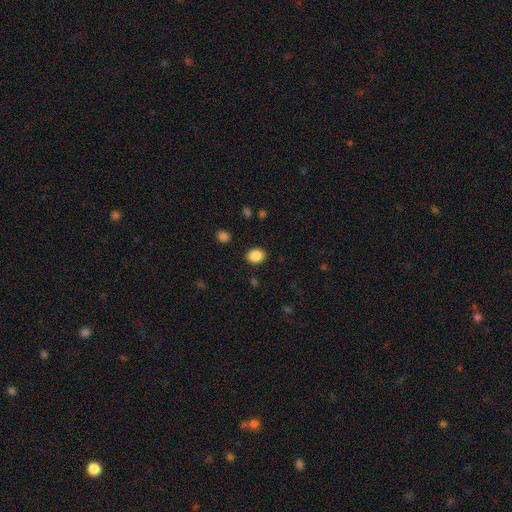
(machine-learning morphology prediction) Overall: smooth (87%). How rounded: round (61%; in between 38%). Merging: none (89%).